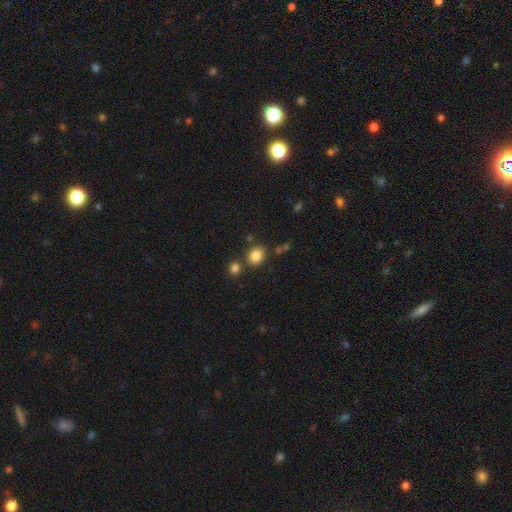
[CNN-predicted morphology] type=smooth (84%); roundness=round (54%); merging=none (74%).